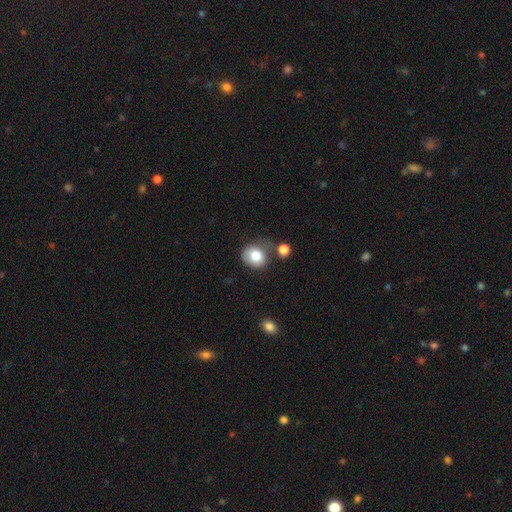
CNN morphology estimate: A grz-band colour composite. It shows a smooth galaxy with no disk features (79%) that is round (68%). Merging: none (54%).